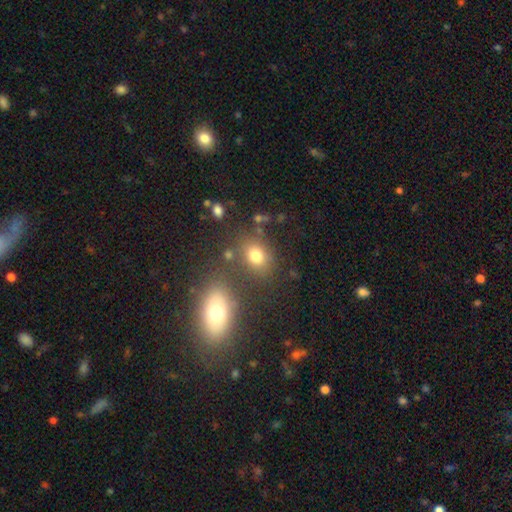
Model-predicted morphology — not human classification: Smooth or featured? smooth (76%)
How rounded? in between (56%)
Merging? none (70%)